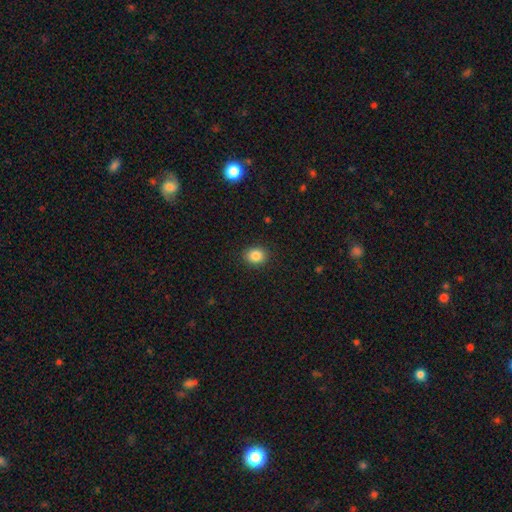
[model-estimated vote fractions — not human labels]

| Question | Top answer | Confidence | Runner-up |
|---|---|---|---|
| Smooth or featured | smooth | 86% | star or artifact (10%) |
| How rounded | round | 59% | in between (40%) |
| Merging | none | 89% | minor disturbance (7%) |